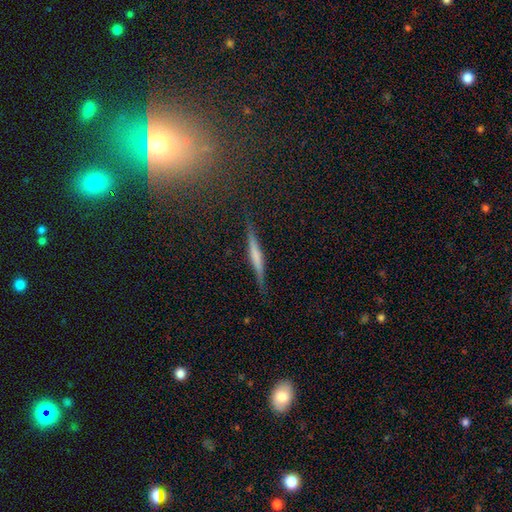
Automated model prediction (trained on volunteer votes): Smooth or featured? Predicted: smooth (p=0.46). Merging? Predicted: none (p=0.86).